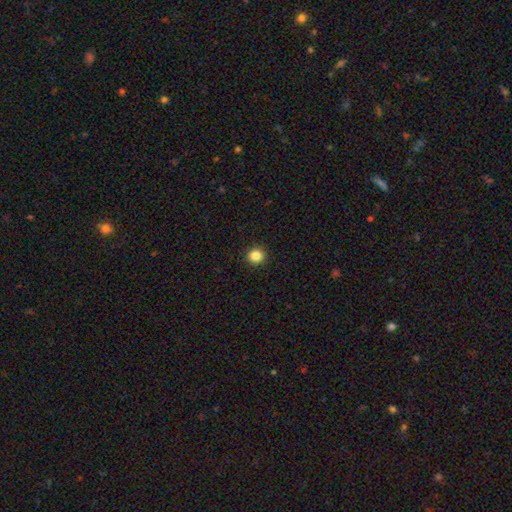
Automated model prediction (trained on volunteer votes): smooth-or-featured: smooth: 85% | star or artifact: 11% | featured or disk: 4%
  how-rounded: round: 92% | in between: 7% | cigar-shaped: 1%
  merging: none: 93% | minor disturbance: 4% | major disturbance: 2% | merger: 1%